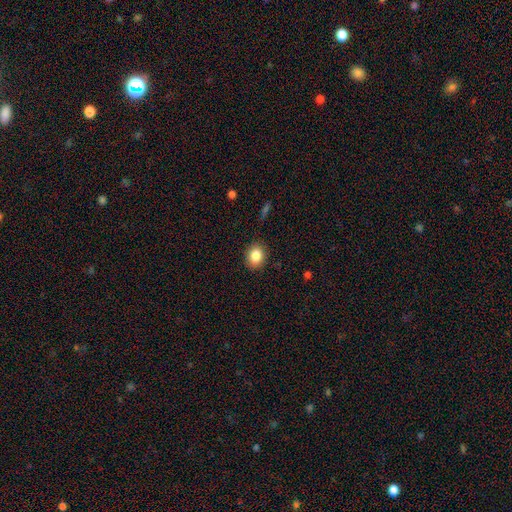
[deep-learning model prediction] smooth 85%, star or artifact 9%, featured or disk 6%. Down the decision tree: how rounded — round (50%); merging — none (88%).